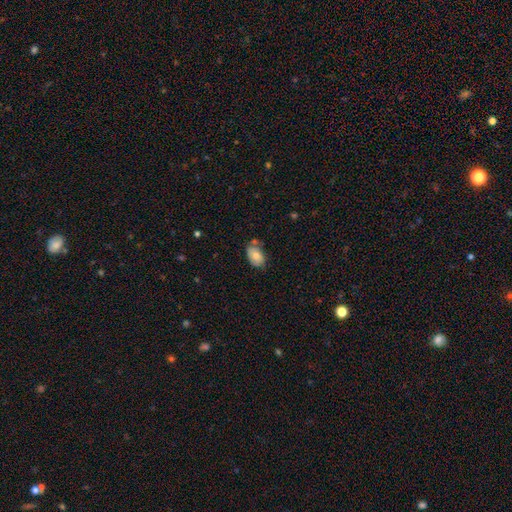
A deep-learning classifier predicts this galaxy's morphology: smooth-or-featured: smooth: 76% | featured or disk: 16% | star or artifact: 7%
  how-rounded: in between: 90% | round: 9% | cigar-shaped: 1%
  merging: none: 59% | minor disturbance: 25% | merger: 10% | major disturbance: 6%